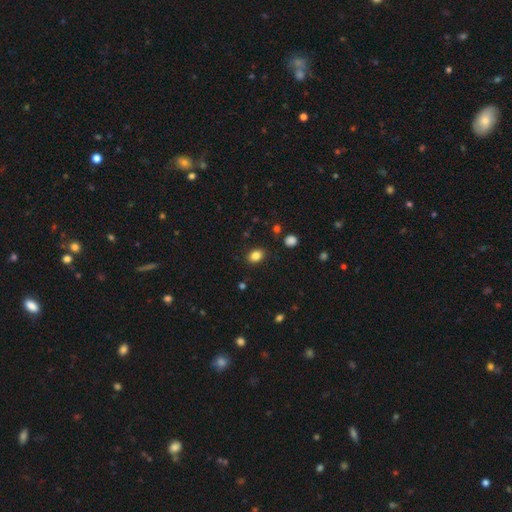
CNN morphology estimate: A smooth galaxy with no disk features (84%) that is in between round and cigar-shaped (66%).

Vote fractions:
- Smooth or featured? smooth: 84% / star or artifact: 10% / featured or disk: 5%
- How rounded? in between: 66% / round: 33% / cigar-shaped: 1%
- Merging? none: 87% / minor disturbance: 9% / major disturbance: 3% / merger: 2%